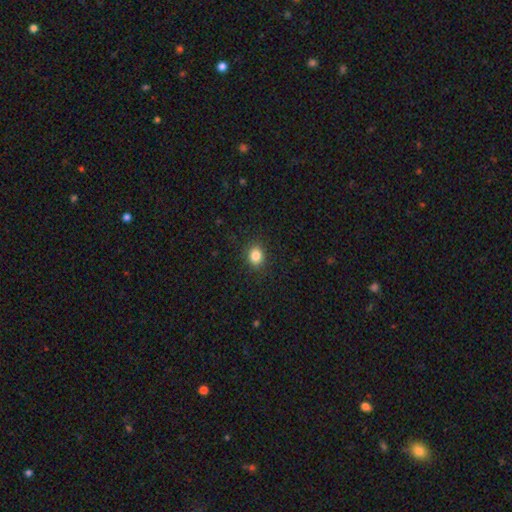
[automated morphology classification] Smooth or featured?
  - smooth: 85% *
  - star or artifact: 11%
  - featured or disk: 5%
How rounded?
  - round: 60% *
  - in between: 40%
  - cigar-shaped: 1%
Merging?
  - none: 89% *
  - minor disturbance: 8%
  - major disturbance: 2%
  - merger: 1%